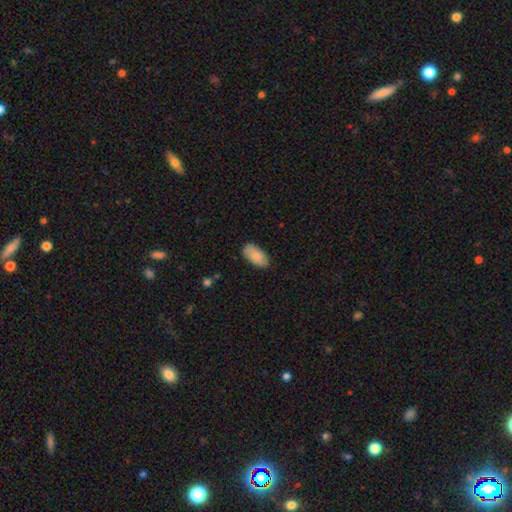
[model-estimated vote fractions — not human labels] Smooth or featured?
  - smooth: 86% *
  - featured or disk: 8%
  - star or artifact: 6%
How rounded?
  - in between: 94% *
  - cigar-shaped: 4%
  - round: 2%
Merging?
  - none: 83% *
  - minor disturbance: 13%
  - major disturbance: 2%
  - merger: 1%